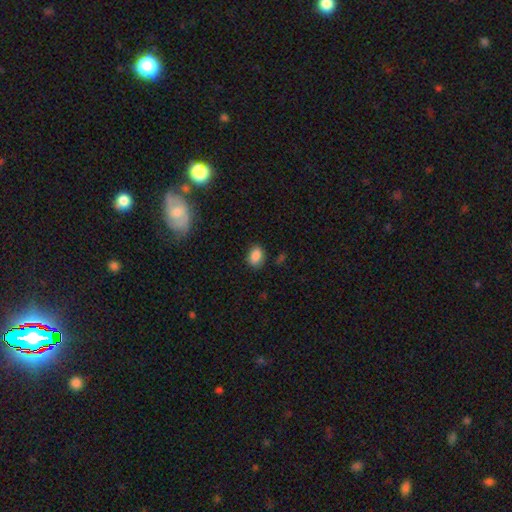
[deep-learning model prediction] The model was most divided on "how rounded": in between: 73%, round: 25%, cigar-shaped: 1%. More confident: smooth or featured — smooth (86%); merging — none (79%).